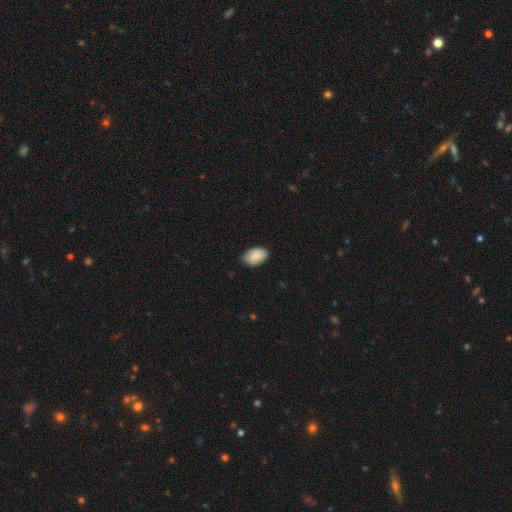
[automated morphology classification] type=smooth (86%); roundness=in between (90%); merging=none (75%).